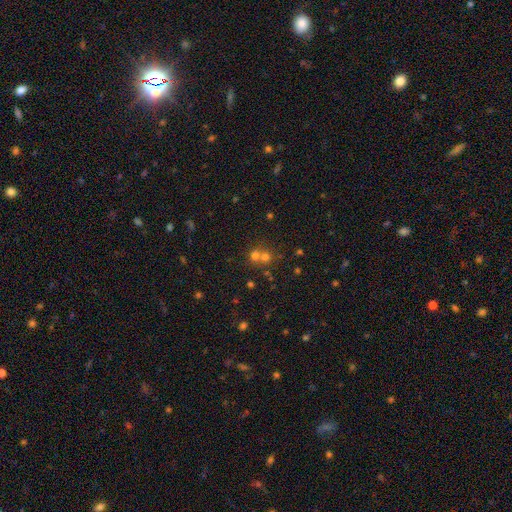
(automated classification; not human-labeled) smooth 65%, star or artifact 22%, featured or disk 14%. Down the decision tree: how rounded — round (85%); merging — merger (51%).